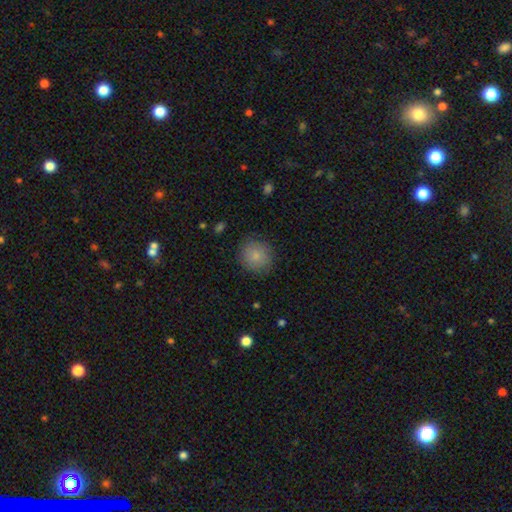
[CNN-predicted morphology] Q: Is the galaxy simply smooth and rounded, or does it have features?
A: smooth — 83%.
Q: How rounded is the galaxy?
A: round — 89%.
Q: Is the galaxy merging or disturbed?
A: none — 84%.